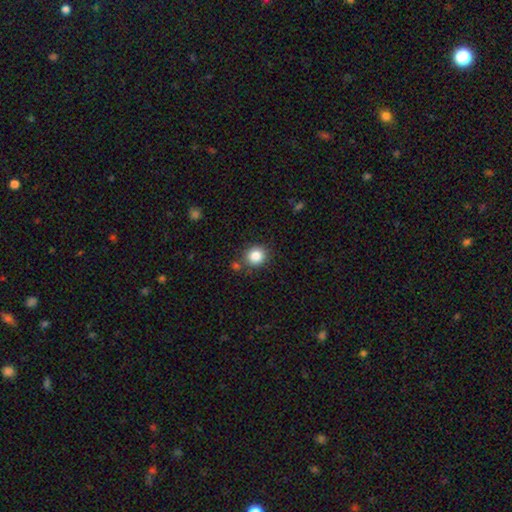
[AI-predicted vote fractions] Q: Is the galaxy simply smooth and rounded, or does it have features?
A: smooth — 84%.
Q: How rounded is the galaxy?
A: round — 86%.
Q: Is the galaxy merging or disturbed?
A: none — 81%.